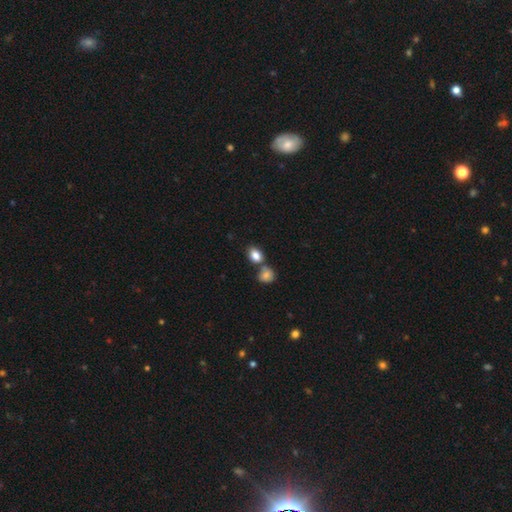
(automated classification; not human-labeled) Morphology: type=smooth (84%); roundness=in between (70%); merging=none (53%).